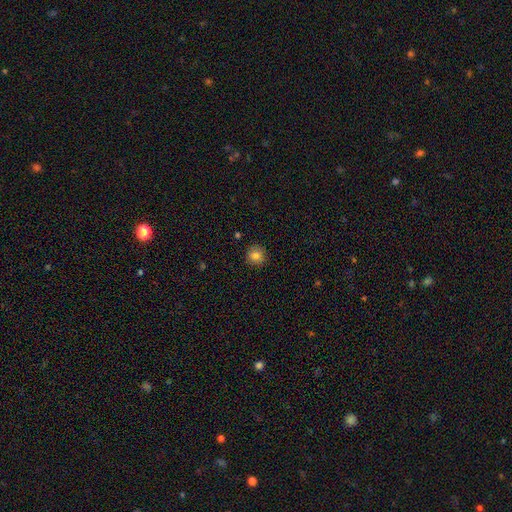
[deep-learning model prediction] Q: Smooth or featured?
A: smooth (82%); runner-up: star or artifact (11%)
Q: How rounded?
A: round (94%); runner-up: in between (5%)
Q: Merging?
A: none (90%); runner-up: minor disturbance (7%)